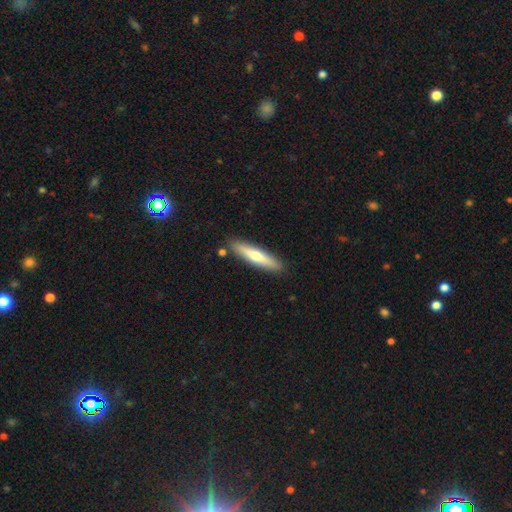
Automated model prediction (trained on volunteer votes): Overall: smooth (56%; featured or disk 39%). How rounded: cigar-shaped (87%). Merging: none (88%).